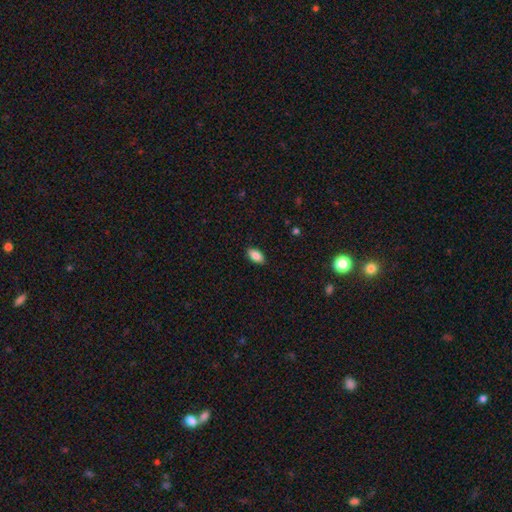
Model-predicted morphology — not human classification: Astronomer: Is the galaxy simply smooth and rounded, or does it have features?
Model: smooth — 86%.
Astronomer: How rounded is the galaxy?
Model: in between — 93%.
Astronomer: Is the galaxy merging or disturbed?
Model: none — 89%.